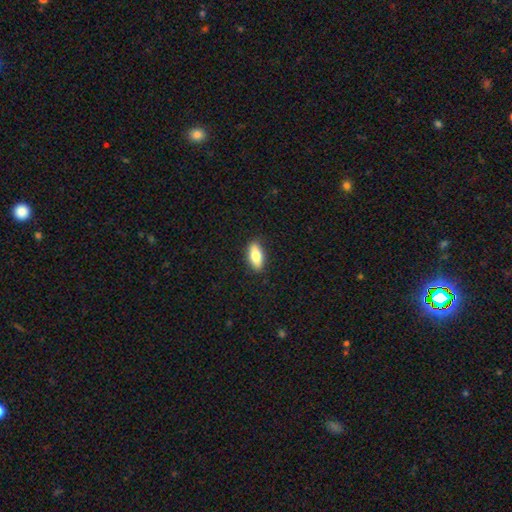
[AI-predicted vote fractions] Overall: smooth (75%). How rounded: in between (80%). Merging: none (89%).